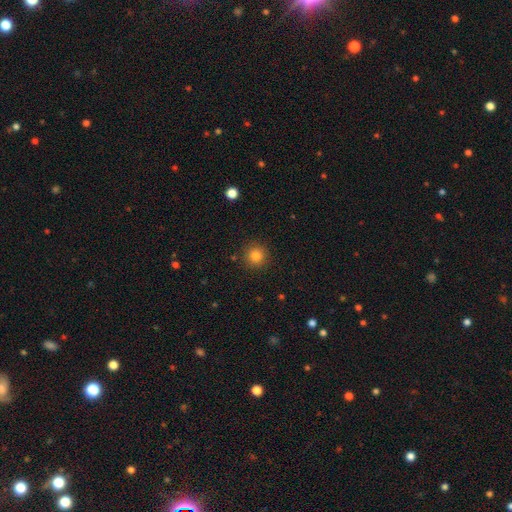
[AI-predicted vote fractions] Smooth or featured? smooth (82%)
How rounded? round (94%)
Merging? none (89%)